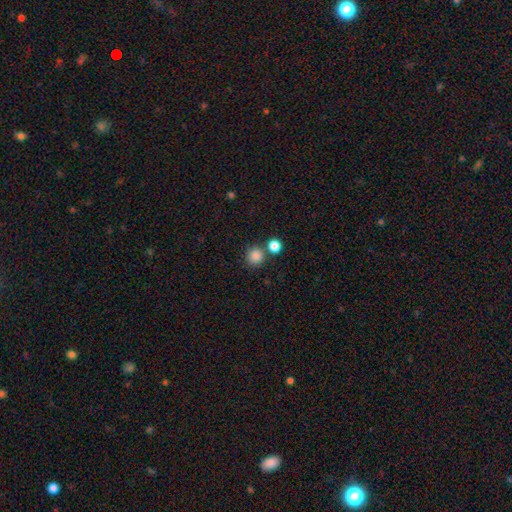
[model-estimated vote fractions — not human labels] Smooth or featured? Predicted: smooth (p=0.85). How rounded? Predicted: round (p=0.92). Merging? Predicted: none (p=0.74).